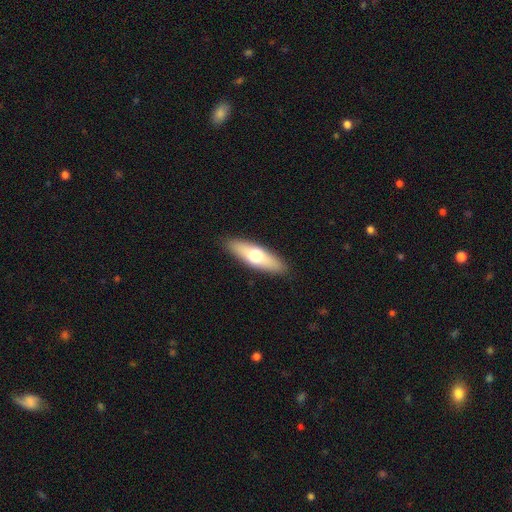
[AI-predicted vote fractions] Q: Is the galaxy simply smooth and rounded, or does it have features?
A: smooth — 61%.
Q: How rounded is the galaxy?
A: cigar-shaped — 52%.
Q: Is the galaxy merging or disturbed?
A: none — 89%.